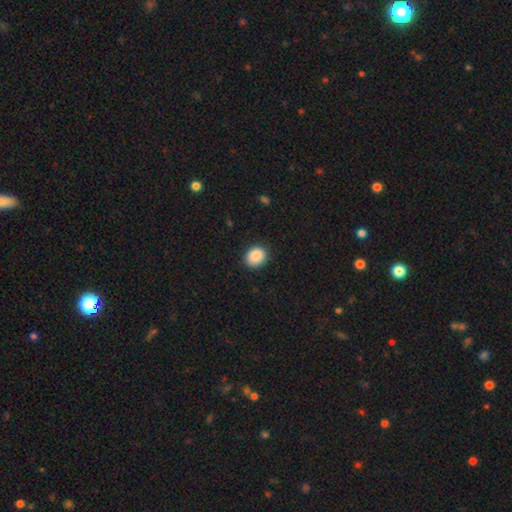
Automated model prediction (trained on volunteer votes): smooth_or_featured: smooth (p=0.88) [alt: star or artifact p=0.08]
how_rounded: round (p=0.65) [alt: in between p=0.34]
merging: none (p=0.88) [alt: minor disturbance p=0.09]